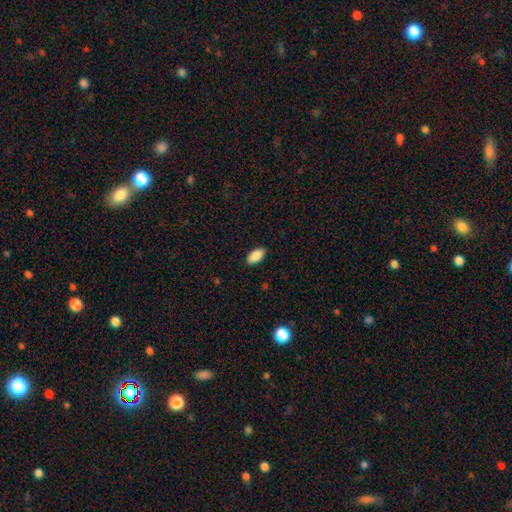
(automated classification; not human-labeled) smooth_or_featured: smooth (p=0.89) [alt: star or artifact p=0.07]
how_rounded: in between (p=0.93) [alt: cigar-shaped p=0.04]
merging: none (p=0.88) [alt: minor disturbance p=0.09]